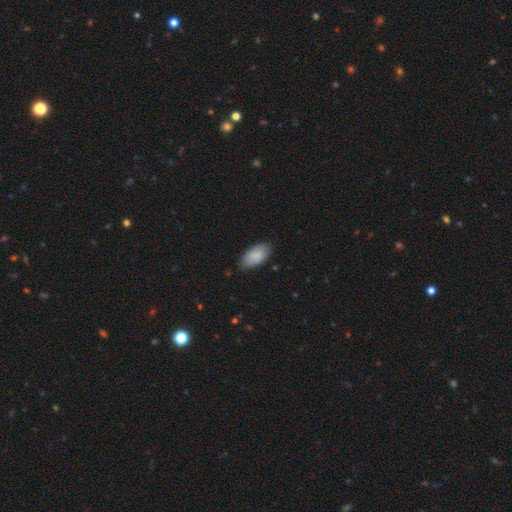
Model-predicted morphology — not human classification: smooth 88%, featured or disk 7%, star or artifact 6%. Down the decision tree: how rounded — in between (95%); merging — none (81%).